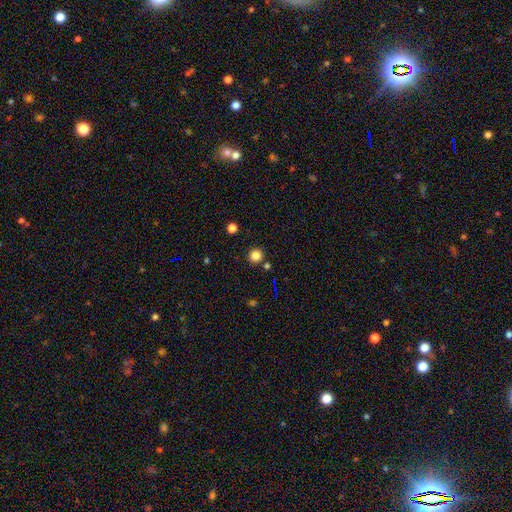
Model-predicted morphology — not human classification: The model was most divided on "smooth or featured": smooth: 82%, star or artifact: 13%, featured or disk: 4%. More confident: how rounded — round (94%); merging — none (86%).